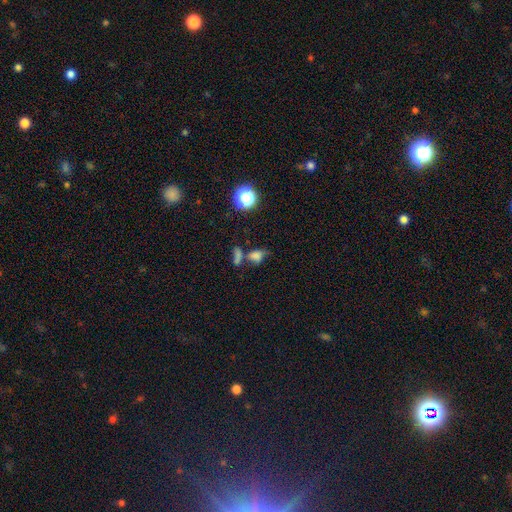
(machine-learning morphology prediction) A smooth galaxy with no disk features (65%) that is in between round and cigar-shaped (58%).

Vote fractions:
- Smooth or featured? smooth: 65% / star or artifact: 18% / featured or disk: 17%
- How rounded? in between: 58% / round: 35% / cigar-shaped: 7%
- Merging? merger: 38% / none: 32% / minor disturbance: 15% / major disturbance: 15%